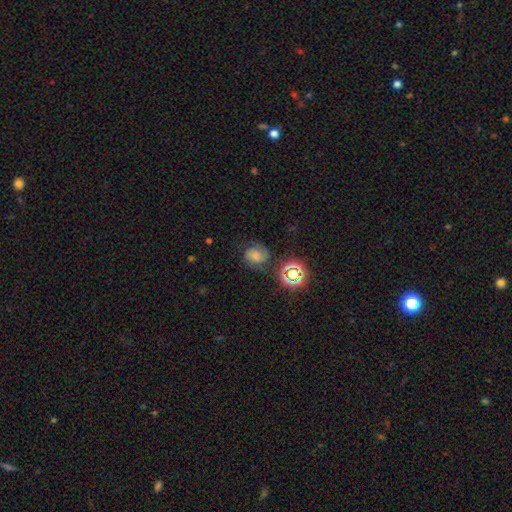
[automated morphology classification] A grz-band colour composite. It shows a featured or disk galaxy (44%). Merging: none (65%).